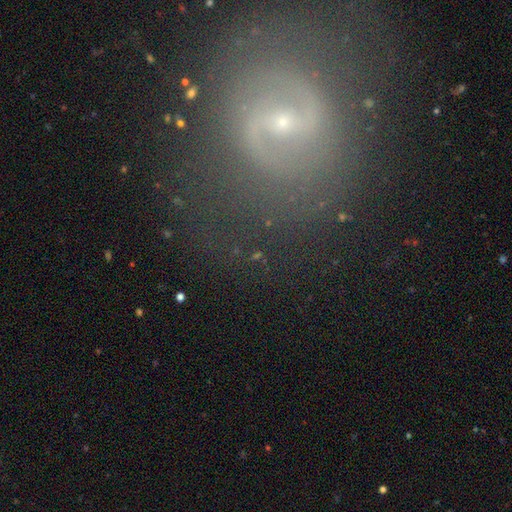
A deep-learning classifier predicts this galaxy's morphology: Overall: featured or disk (81%). Edge-on disk: no (97%). Bar: weak (43%; strong 33%). Spiral arms: yes (88%). Spiral arm count: 2 (88%). Spiral winding: medium (47%; loose 29%). Bulge size: small (81%). Merging: none (72%).